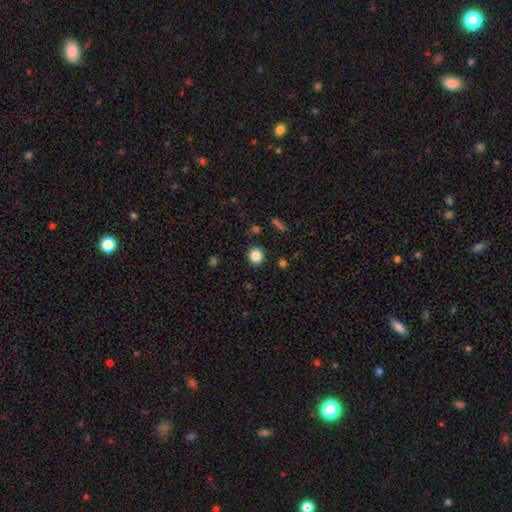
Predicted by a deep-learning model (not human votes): Q: Smooth or featured?
A: smooth (85%); runner-up: star or artifact (10%)
Q: How rounded?
A: round (82%); runner-up: in between (17%)
Q: Merging?
A: none (89%); runner-up: minor disturbance (7%)